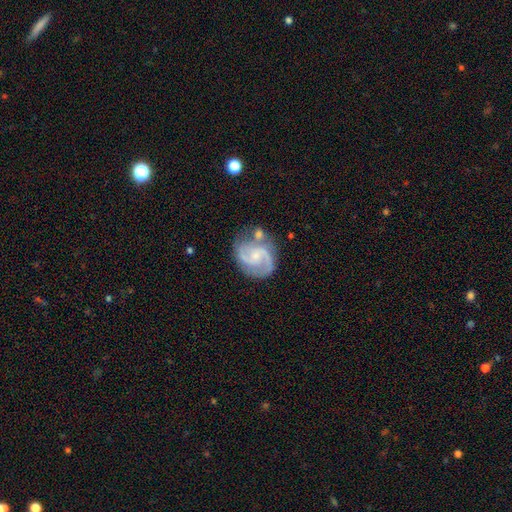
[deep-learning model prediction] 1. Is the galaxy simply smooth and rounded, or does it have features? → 88% featured or disk, 7% smooth, 5% star or artifact.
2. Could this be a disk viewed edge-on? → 98% no, 2% yes.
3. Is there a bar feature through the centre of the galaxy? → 51% no, 41% weak, 8% strong.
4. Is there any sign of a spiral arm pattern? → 97% yes, 3% no.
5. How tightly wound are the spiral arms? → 59% medium, 21% tight, 20% loose.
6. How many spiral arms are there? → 89% 2, 4% 3, 3% can't tell, 2% 1, 1% 4, 1% more than 4.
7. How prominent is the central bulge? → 64% small, 22% moderate, 11% none, 2% large, 1% dominant.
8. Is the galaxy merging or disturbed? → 64% none, 18% minor disturbance, 12% merger, 7% major disturbance.